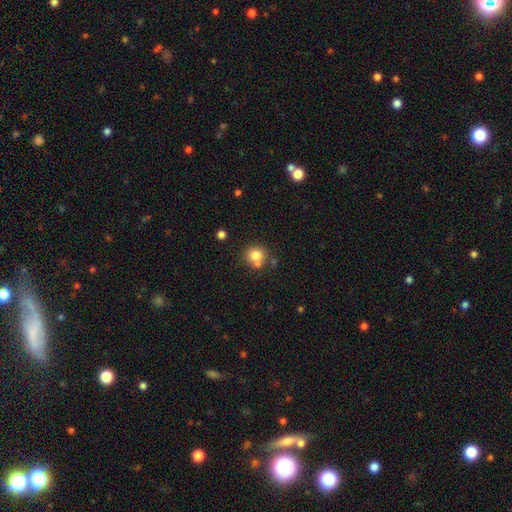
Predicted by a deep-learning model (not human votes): A smooth galaxy with no disk features (80%) that is round (87%). Merging: none (64%).